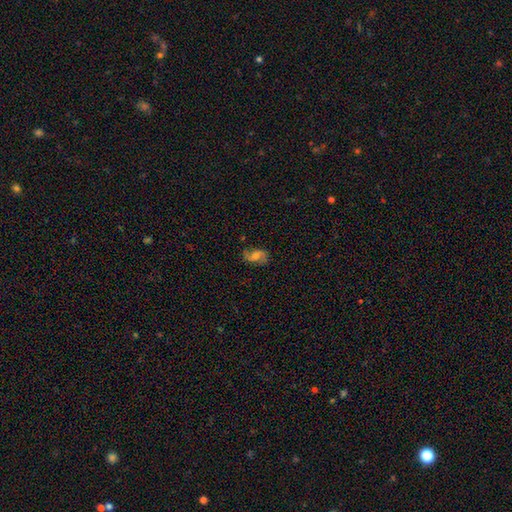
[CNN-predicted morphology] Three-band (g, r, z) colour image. It shows a featured or disk galaxy (67%) with no bar (55%), 2 (90%) loose (50%) spiral arms (92%) and a moderate central bulge (63%). Merging: none (78%).